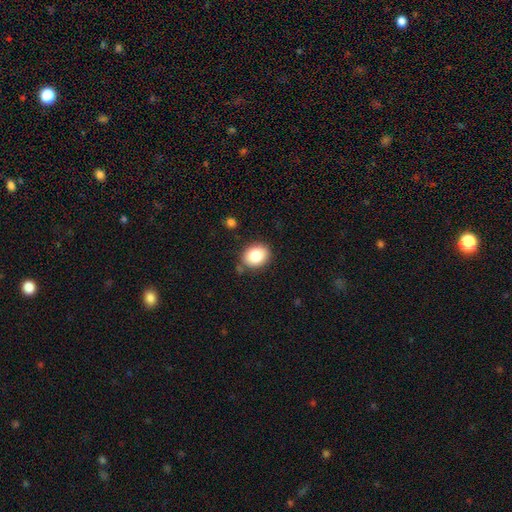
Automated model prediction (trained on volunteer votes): A smooth galaxy with no disk features (85%) that is round (51%). Merging: none (82%).